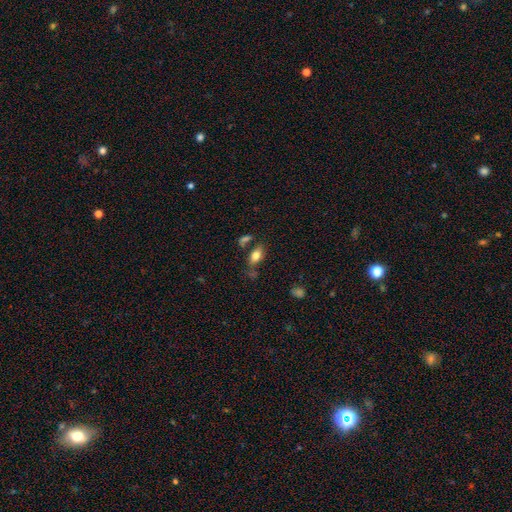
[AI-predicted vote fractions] Smooth or featured: smooth — 75% (featured or disk — 16%)
How rounded: in between — 86% (cigar-shaped — 8%)
Merging: none — 66% (minor disturbance — 16%)